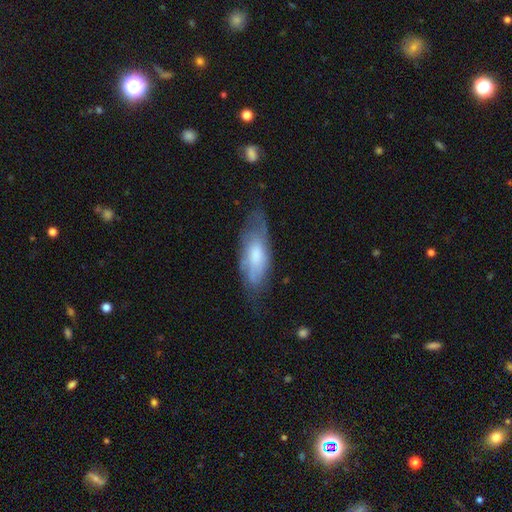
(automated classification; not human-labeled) This appears to be a smooth galaxy with no disk features (48%). Merging: none (58%).